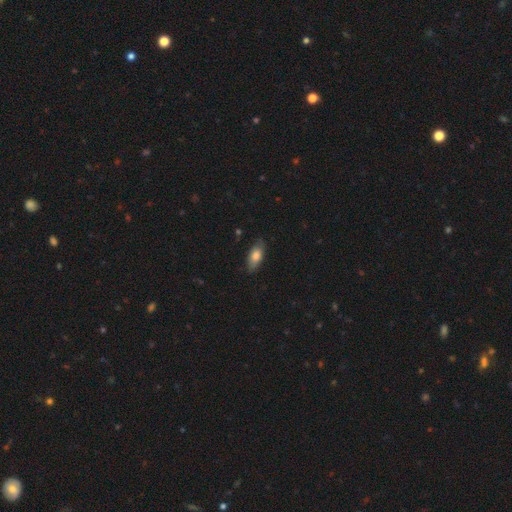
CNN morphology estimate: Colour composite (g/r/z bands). It shows a smooth galaxy with no disk features (76%) that is in between round and cigar-shaped (83%). Merging: none (80%).